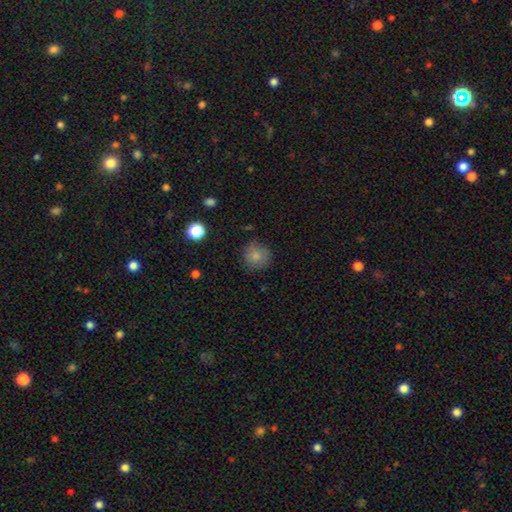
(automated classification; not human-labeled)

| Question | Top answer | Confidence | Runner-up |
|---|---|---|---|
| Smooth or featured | smooth | 81% | star or artifact (10%) |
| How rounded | round | 89% | in between (10%) |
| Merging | none | 71% | minor disturbance (21%) |